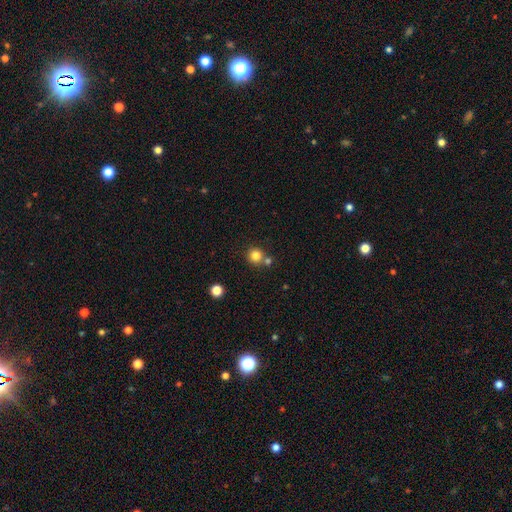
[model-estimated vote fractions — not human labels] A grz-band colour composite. It shows a smooth galaxy with no disk features (81%) that is round (93%). Merging: none (67%).